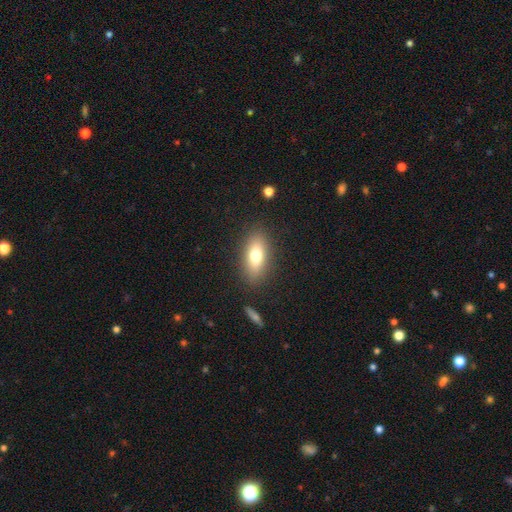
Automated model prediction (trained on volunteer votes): This is likely a smooth galaxy (73%). How rounded: likely in between (79%). Merging: clearly none (85%).